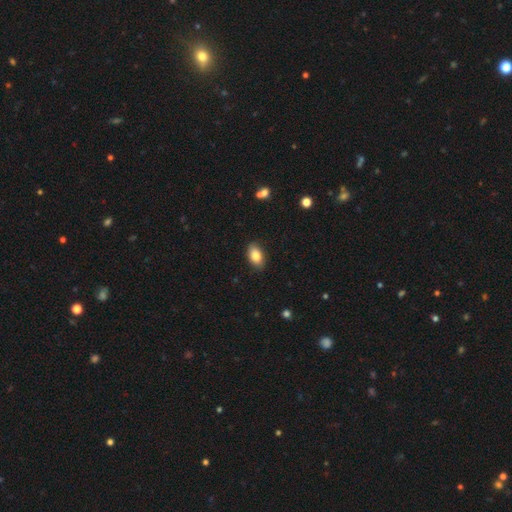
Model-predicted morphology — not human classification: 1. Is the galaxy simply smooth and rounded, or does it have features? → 84% smooth, 9% featured or disk, 7% star or artifact.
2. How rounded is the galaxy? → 91% in between, 6% round, 2% cigar-shaped.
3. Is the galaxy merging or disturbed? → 86% none, 10% minor disturbance, 2% major disturbance, 1% merger.